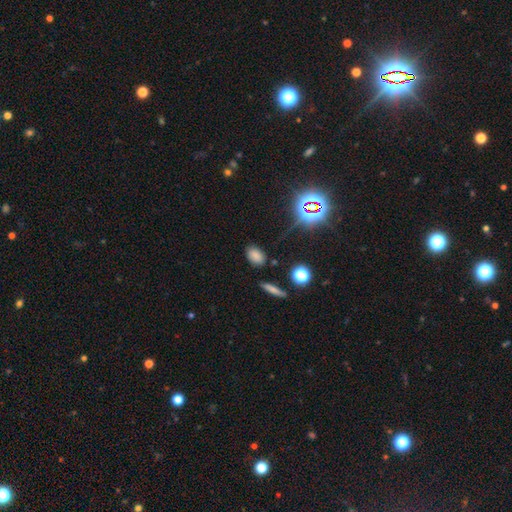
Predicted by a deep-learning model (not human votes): smooth 77%, star or artifact 16%, featured or disk 6%. Down the decision tree: how rounded — in between (86%); merging — none (84%).